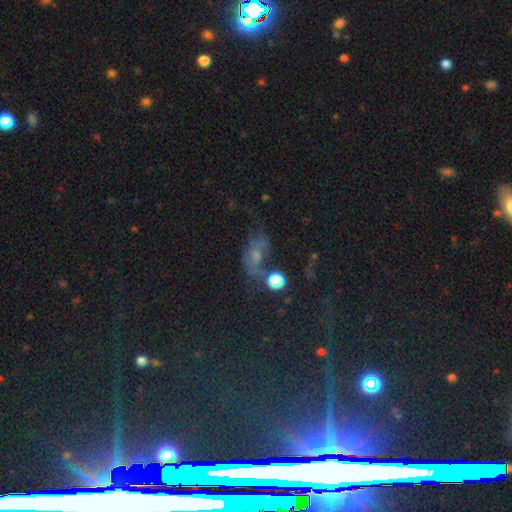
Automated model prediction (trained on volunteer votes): star or artifact 36%, smooth 34%, featured or disk 30%.